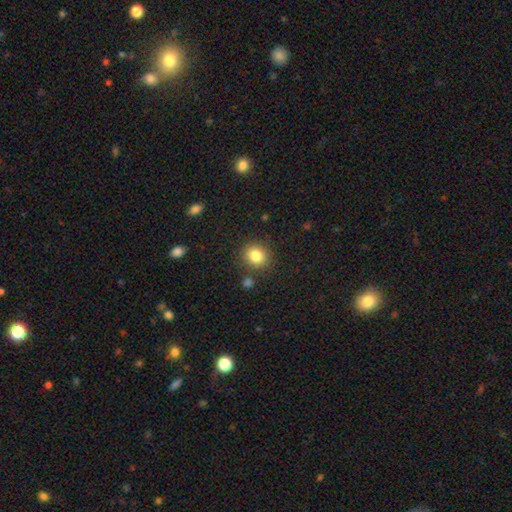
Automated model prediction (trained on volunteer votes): Q: Smooth or featured?
A: smooth (83%); runner-up: star or artifact (11%)
Q: How rounded?
A: round (85%); runner-up: in between (14%)
Q: Merging?
A: none (85%); runner-up: minor disturbance (8%)